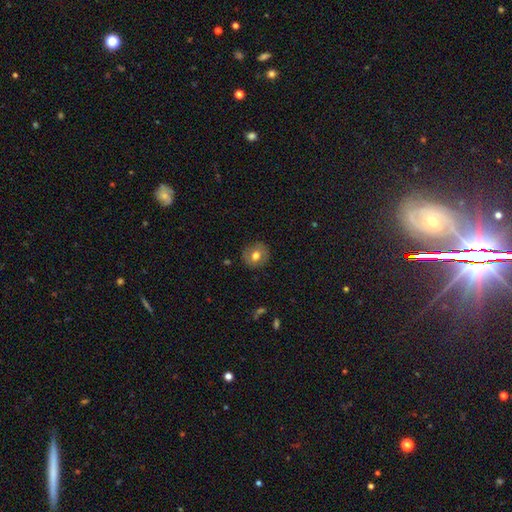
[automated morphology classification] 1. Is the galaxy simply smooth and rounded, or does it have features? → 65% smooth, 27% featured or disk, 9% star or artifact.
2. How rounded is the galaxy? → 85% round, 14% in between, 1% cigar-shaped.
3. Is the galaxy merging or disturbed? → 85% none, 11% minor disturbance, 3% major disturbance, 1% merger.